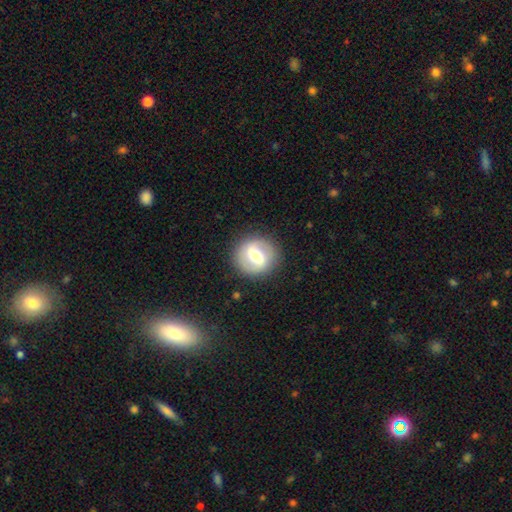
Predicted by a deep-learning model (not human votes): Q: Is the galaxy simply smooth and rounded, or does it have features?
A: featured or disk — 56%.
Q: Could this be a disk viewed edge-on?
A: no — 94%.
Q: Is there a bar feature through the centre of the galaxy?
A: strong — 48%.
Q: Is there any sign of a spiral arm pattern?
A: yes — 51%.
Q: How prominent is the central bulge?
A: moderate — 66%.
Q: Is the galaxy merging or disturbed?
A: none — 86%.